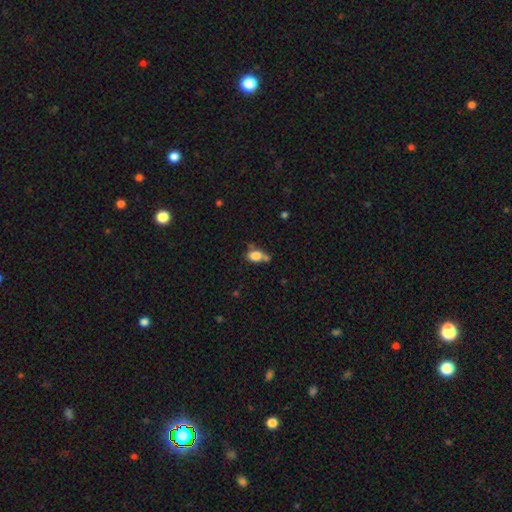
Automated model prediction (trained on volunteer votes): smooth-or-featured: smooth: 80% | star or artifact: 10% | featured or disk: 10%
  how-rounded: in between: 72% | round: 26% | cigar-shaped: 3%
  merging: none: 43% | merger: 25% | minor disturbance: 23% | major disturbance: 9%